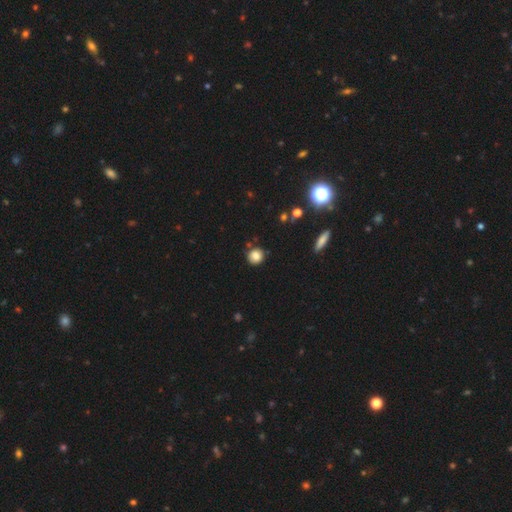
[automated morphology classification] A smooth galaxy with no disk features (83%) that is round (90%). Merging: none (82%).